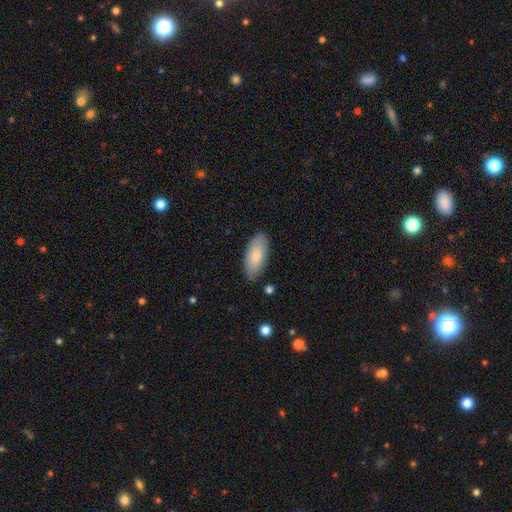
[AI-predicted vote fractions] Smooth or featured?
  - smooth: 83% *
  - featured or disk: 12%
  - star or artifact: 6%
How rounded?
  - in between: 89% *
  - cigar-shaped: 9%
  - round: 2%
Merging?
  - none: 84% *
  - minor disturbance: 12%
  - major disturbance: 2%
  - merger: 1%